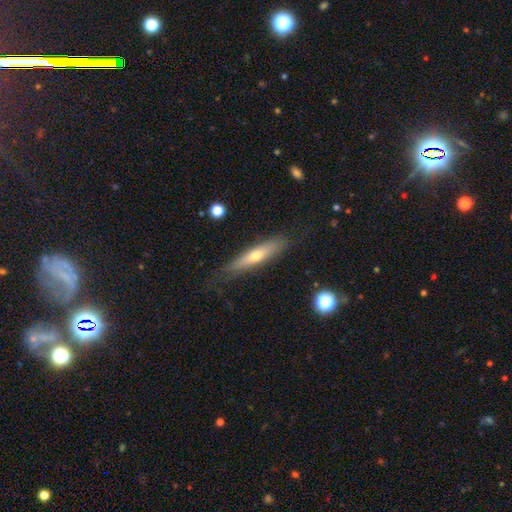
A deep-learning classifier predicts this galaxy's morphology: type=smooth (49%); merging=none (79%).